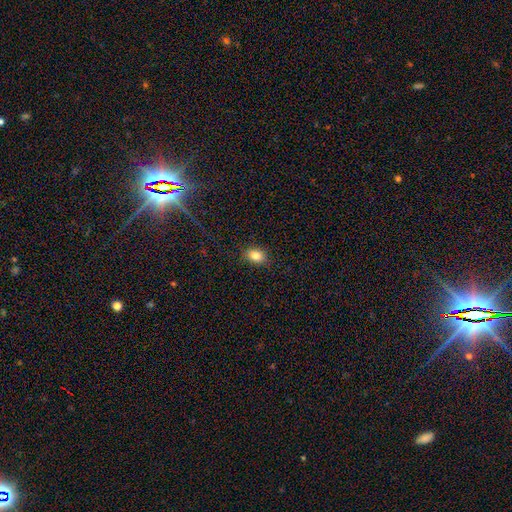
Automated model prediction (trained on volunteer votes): smooth_or_featured: smooth (p=0.83) [alt: star or artifact p=0.10]
how_rounded: in between (p=0.70) [alt: round p=0.28]
merging: none (p=0.87) [alt: minor disturbance p=0.10]